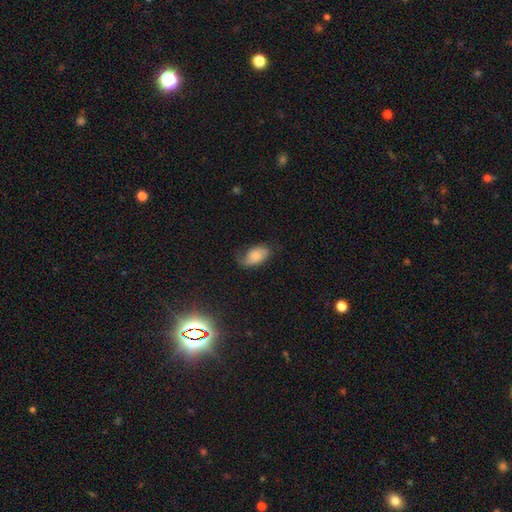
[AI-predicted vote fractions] Q: Smooth or featured?
A: smooth (62%); runner-up: featured or disk (29%)
Q: How rounded?
A: in between (92%); runner-up: round (6%)
Q: Merging?
A: none (51%); runner-up: minor disturbance (32%)